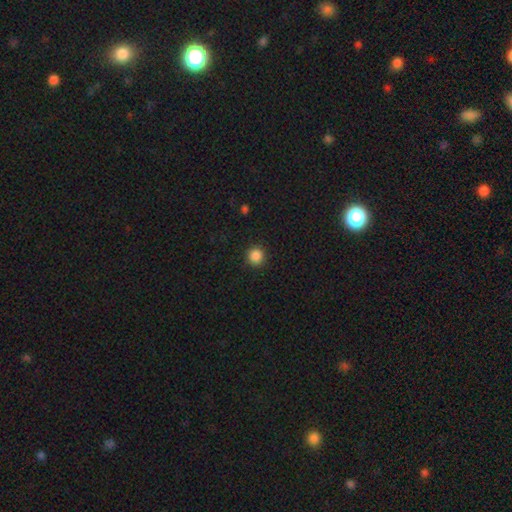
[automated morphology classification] The model was most divided on "smooth or featured": smooth: 87%, star or artifact: 11%, featured or disk: 3%. More confident: how rounded — round (93%); merging — none (91%).